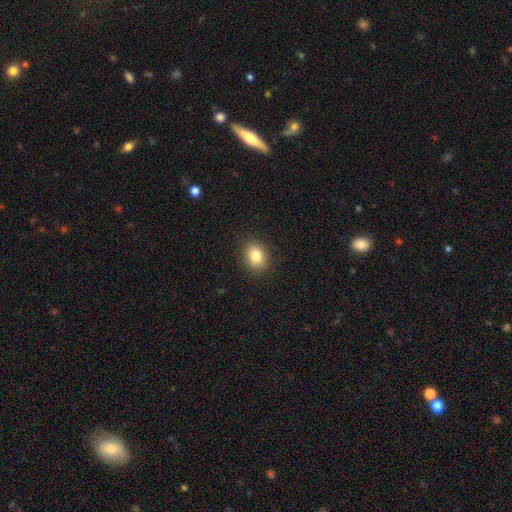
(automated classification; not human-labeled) Smooth or featured? Predicted: smooth (p=0.83). How rounded? Predicted: in between (p=0.58). Merging? Predicted: none (p=0.88).